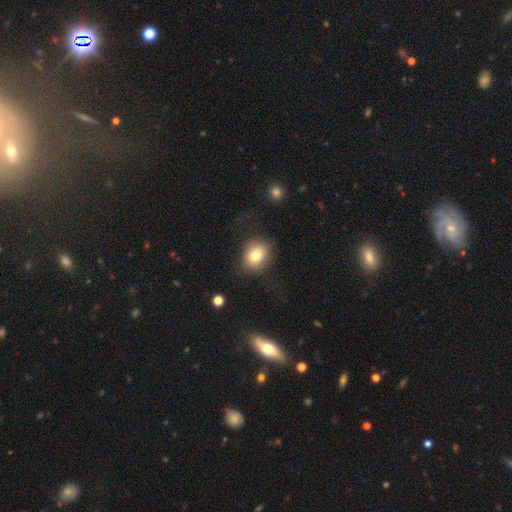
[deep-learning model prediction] Smooth or featured? Predicted: smooth (p=0.77). How rounded? Predicted: round (p=0.52). Merging? Predicted: none (p=0.70).